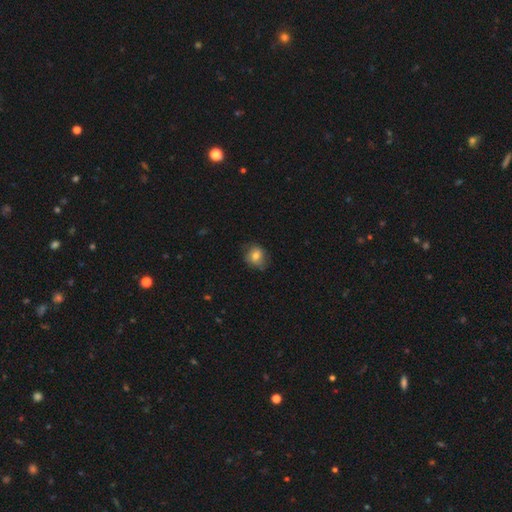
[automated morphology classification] smooth_or_featured: smooth (p=0.73) [alt: featured or disk p=0.17]
how_rounded: round (p=0.66) [alt: in between p=0.33]
merging: none (p=0.69) [alt: minor disturbance p=0.23]